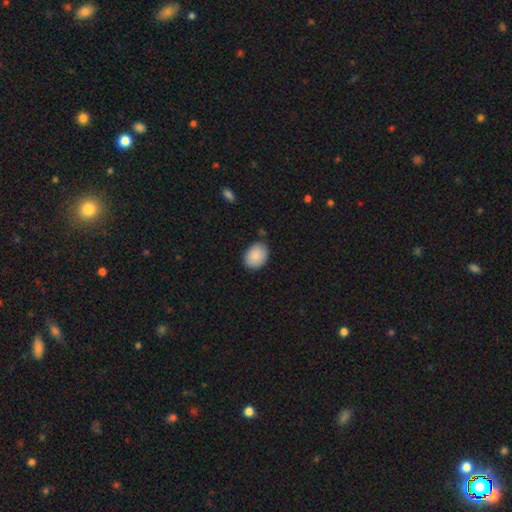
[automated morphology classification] type=smooth (89%); roundness=in between (74%); merging=none (84%).